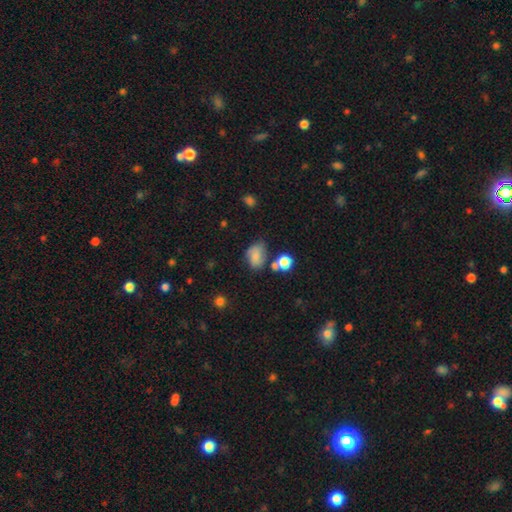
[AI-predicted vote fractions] Q: Smooth or featured?
A: smooth (73%); runner-up: featured or disk (14%)
Q: How rounded?
A: in between (71%); runner-up: round (28%)
Q: Merging?
A: none (47%); runner-up: minor disturbance (29%)